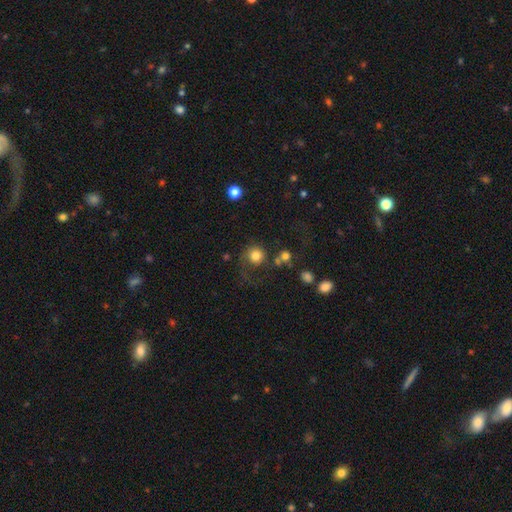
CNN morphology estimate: This is likely a smooth galaxy (78%). How rounded: clearly round (90%). Merging: possibly none (53%).